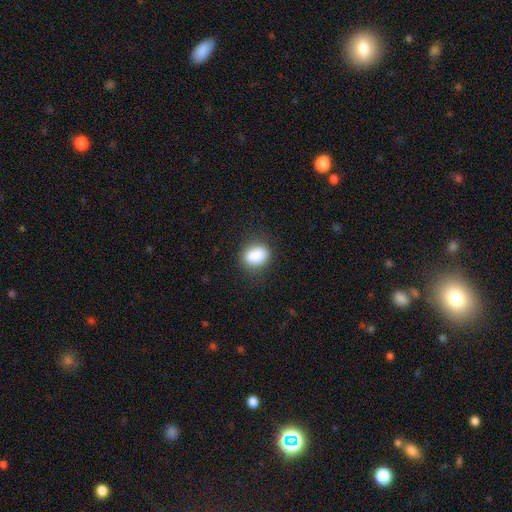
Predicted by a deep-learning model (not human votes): This appears to be a smooth galaxy with no disk features (86%) that is in between round and cigar-shaped (63%). Merging: none (79%).